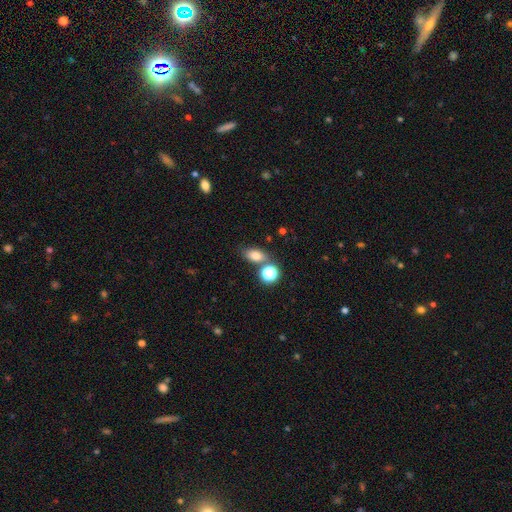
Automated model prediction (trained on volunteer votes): A smooth galaxy with no disk features (76%) that is in between round and cigar-shaped (76%).

Vote fractions:
- Smooth or featured? smooth: 76% / star or artifact: 15% / featured or disk: 9%
- How rounded? in between: 76% / round: 21% / cigar-shaped: 3%
- Merging? none: 67% / merger: 17% / minor disturbance: 12% / major disturbance: 4%